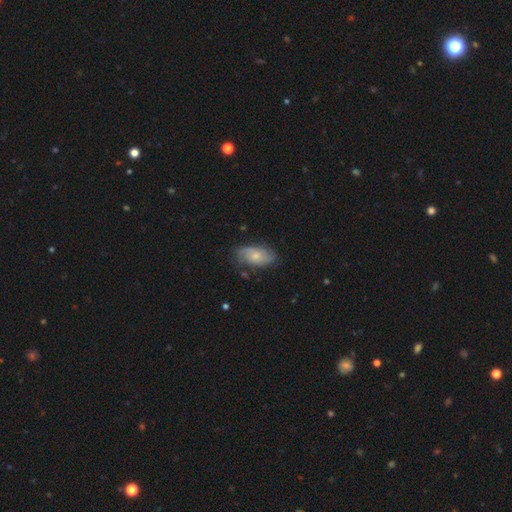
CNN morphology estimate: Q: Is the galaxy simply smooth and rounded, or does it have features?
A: featured or disk — 55%.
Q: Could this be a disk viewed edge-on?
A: no — 94%.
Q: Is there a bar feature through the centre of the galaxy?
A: no — 71%.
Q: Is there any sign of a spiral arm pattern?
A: yes — 85%.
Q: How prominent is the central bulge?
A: moderate — 47%.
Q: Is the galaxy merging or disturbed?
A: none — 68%.